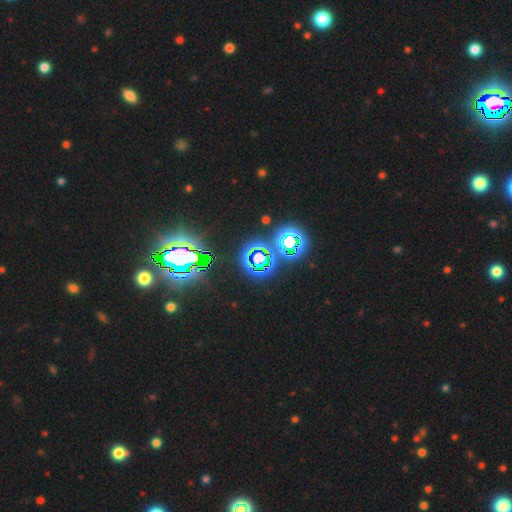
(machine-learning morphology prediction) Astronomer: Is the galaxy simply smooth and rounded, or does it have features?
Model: star or artifact — 75%.